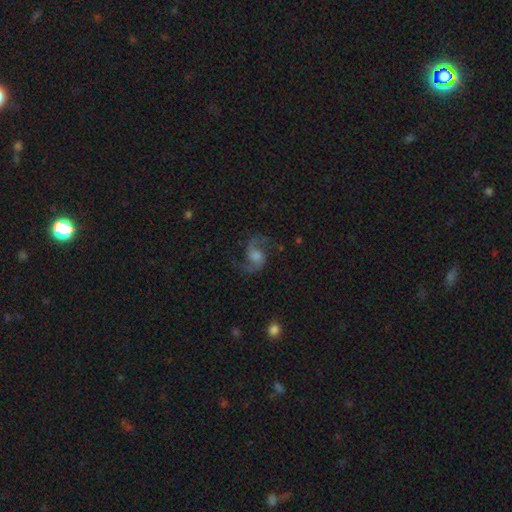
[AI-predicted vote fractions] Q: Smooth or featured?
A: featured or disk (85%); runner-up: smooth (7%)
Q: Edge-on disk?
A: no (98%); runner-up: yes (2%)
Q: Bar?
A: no (52%); runner-up: weak (40%)
Q: Spiral arms?
A: yes (97%); runner-up: no (3%)
Q: Spiral winding?
A: loose (52%); runner-up: medium (42%)
Q: Spiral arm count?
A: 2 (93%); runner-up: can't tell (2%)
Q: Bulge size?
A: moderate (47%); runner-up: small (23%)
Q: Merging?
A: none (77%); runner-up: minor disturbance (13%)